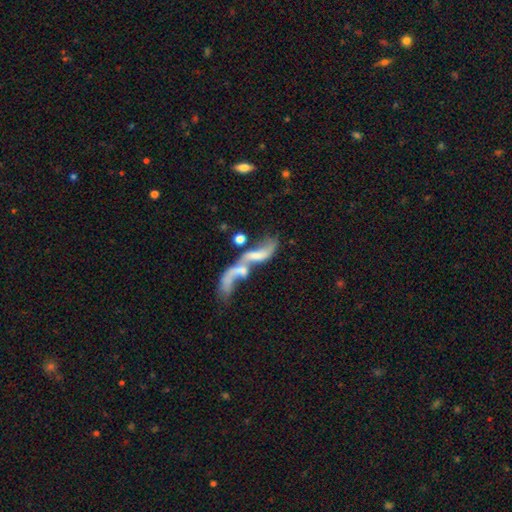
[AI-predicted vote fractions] This appears to be a featured or disk galaxy (68%) with no bar (52%), spiral arms (64%) and no central bulge (40%). Merging: merger (57%).